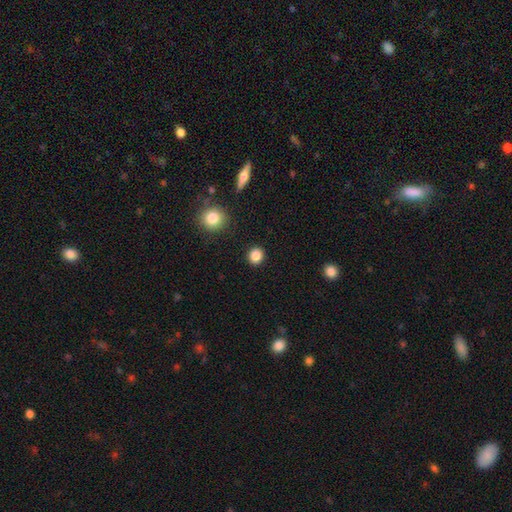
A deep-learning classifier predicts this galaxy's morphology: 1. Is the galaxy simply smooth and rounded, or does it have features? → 86% smooth, 11% star or artifact, 3% featured or disk.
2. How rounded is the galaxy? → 86% round, 13% in between, 1% cigar-shaped.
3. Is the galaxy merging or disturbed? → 91% none, 6% minor disturbance, 2% major disturbance, 1% merger.